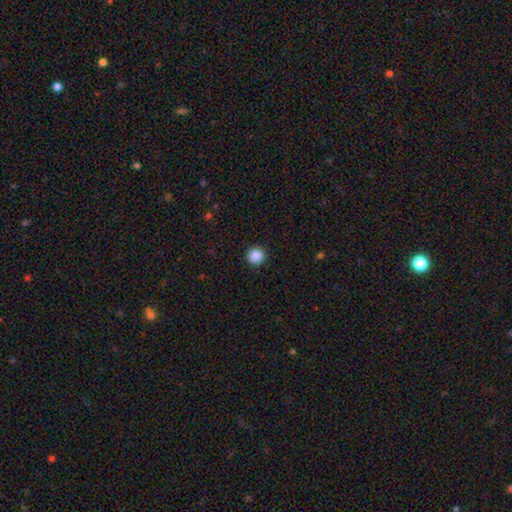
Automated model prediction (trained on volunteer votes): Overall: smooth (88%). How rounded: round (95%). Merging: none (92%).